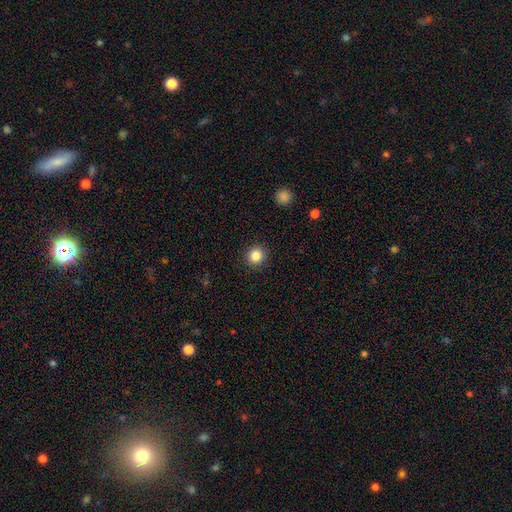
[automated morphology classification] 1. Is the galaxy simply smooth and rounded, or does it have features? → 84% smooth, 11% star or artifact, 5% featured or disk.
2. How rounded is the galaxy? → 92% round, 7% in between, 1% cigar-shaped.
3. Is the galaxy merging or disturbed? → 92% none, 5% minor disturbance, 2% major disturbance, 1% merger.